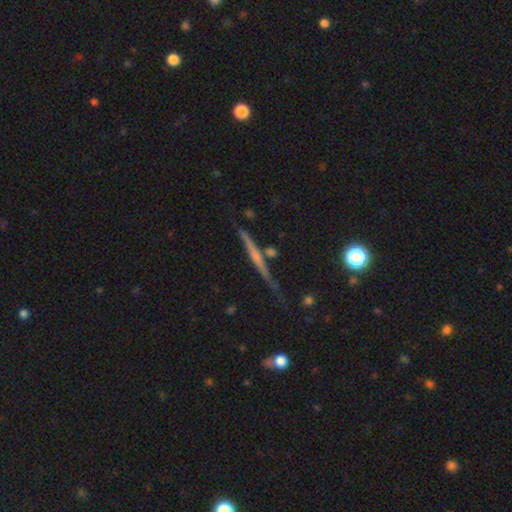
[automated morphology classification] This appears to be a featured or disk galaxy (64%) viewed edge-on (96%) with no central bulge (51%). Merging: none (76%).